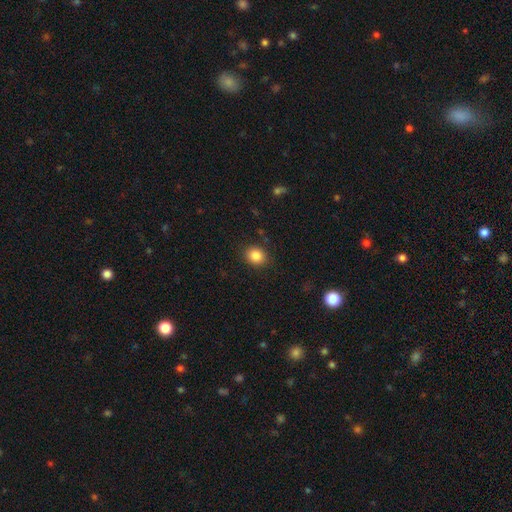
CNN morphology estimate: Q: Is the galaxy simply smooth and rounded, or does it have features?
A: smooth — 85%.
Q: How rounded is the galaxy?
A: round — 62%.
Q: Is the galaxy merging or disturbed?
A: none — 87%.